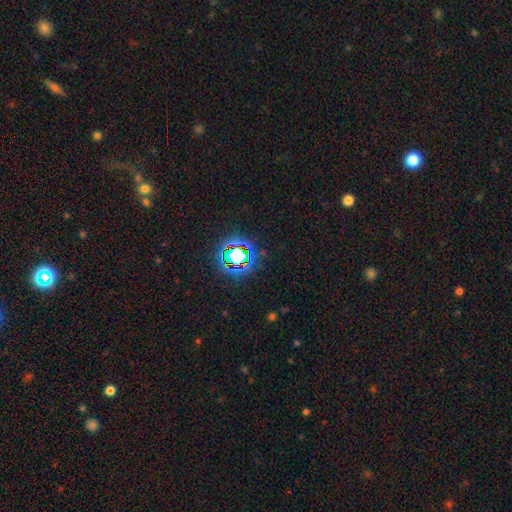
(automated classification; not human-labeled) Morphology: type=star or artifact (69%).